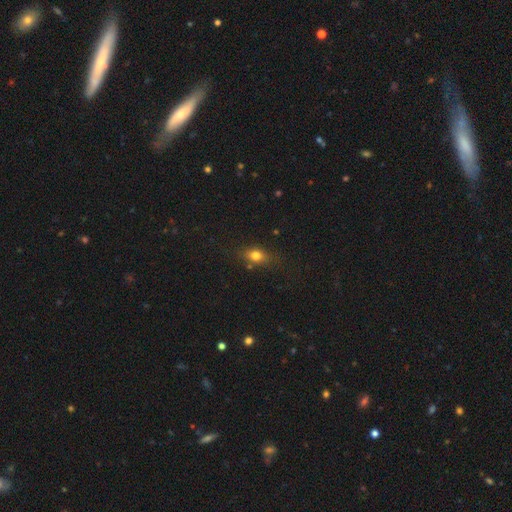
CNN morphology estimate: smooth_or_featured: smooth (p=0.76) [alt: star or artifact p=0.12]
how_rounded: in between (p=0.64) [alt: round p=0.30]
merging: none (p=0.75) [alt: minor disturbance p=0.17]